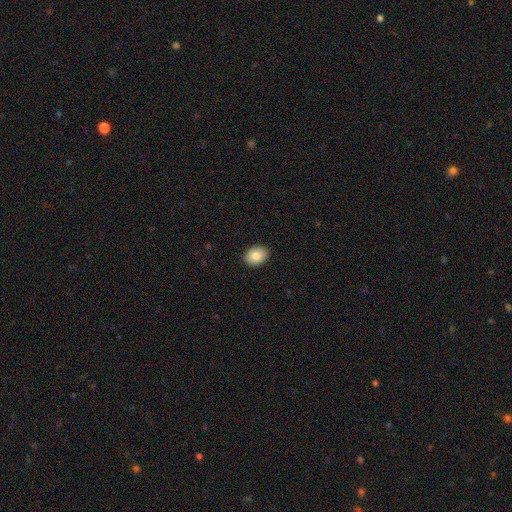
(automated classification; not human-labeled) A smooth galaxy with no disk features (84%) that is in between round and cigar-shaped (68%). Merging: none (90%).